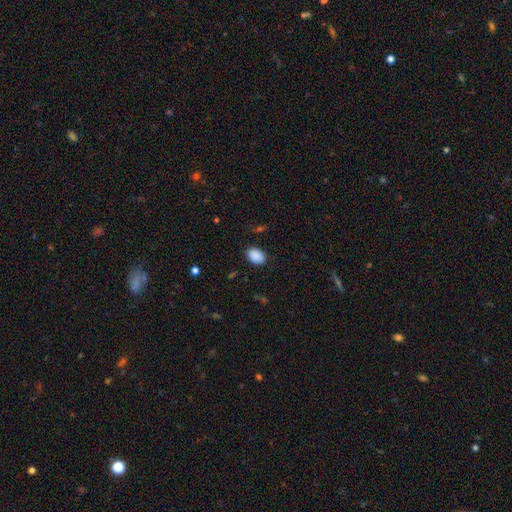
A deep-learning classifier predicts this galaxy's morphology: This appears to be a smooth galaxy with no disk features (90%) that is in between round and cigar-shaped (81%). Merging: none (86%).